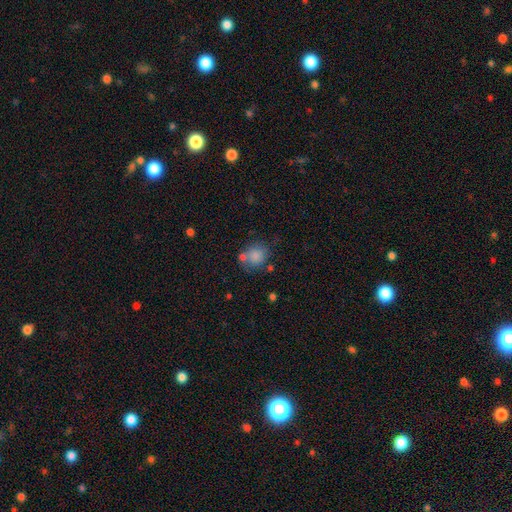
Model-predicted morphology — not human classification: Smooth or featured: smooth — 82% (star or artifact — 10%)
How rounded: round — 69% (in between — 30%)
Merging: none — 58% (merger — 18%)